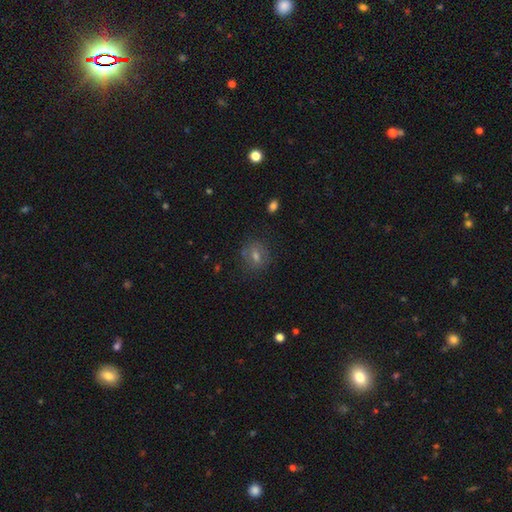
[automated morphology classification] smooth_or_featured: smooth (p=0.53) [alt: star or artifact p=0.25]
how_rounded: round (p=0.76) [alt: in between p=0.23]
merging: none (p=0.81) [alt: minor disturbance p=0.12]